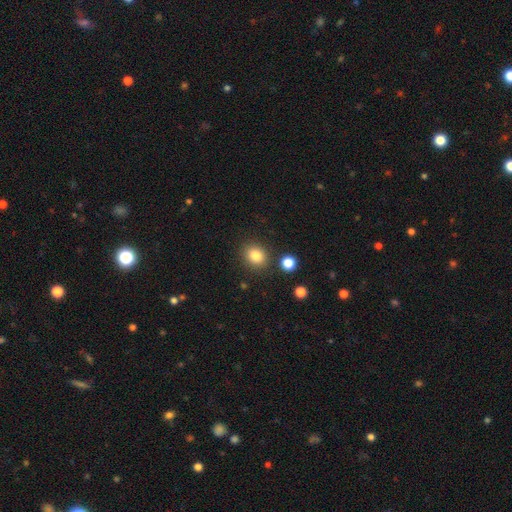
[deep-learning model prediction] Smooth or featured?
  - smooth: 83% *
  - star or artifact: 11%
  - featured or disk: 6%
How rounded?
  - round: 66% *
  - in between: 33%
  - cigar-shaped: 1%
Merging?
  - none: 85% *
  - minor disturbance: 8%
  - merger: 4%
  - major disturbance: 3%